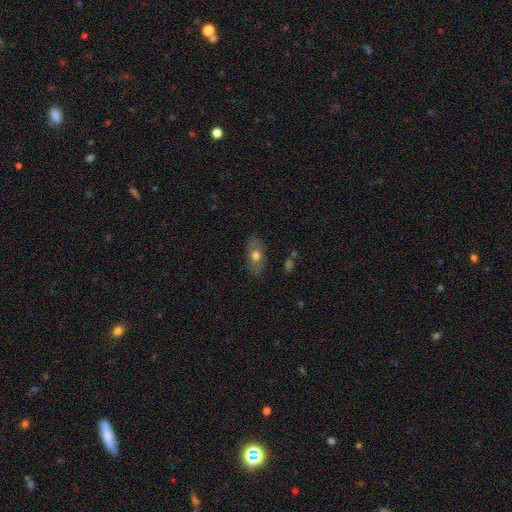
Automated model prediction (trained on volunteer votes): This appears to be a smooth galaxy with no disk features (65%) that is in between round and cigar-shaped (85%). Merging: none (81%).